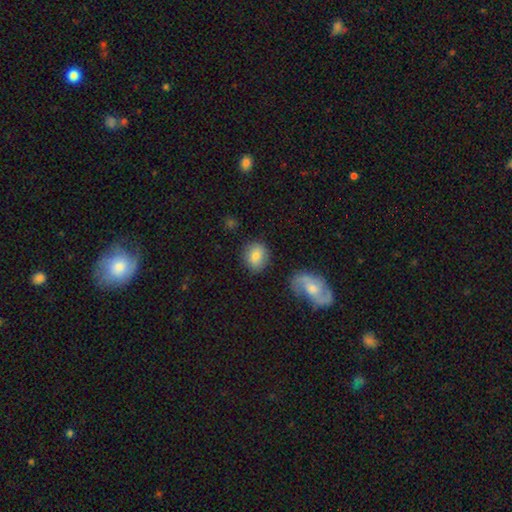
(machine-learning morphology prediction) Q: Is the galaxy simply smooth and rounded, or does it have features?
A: smooth — 78%.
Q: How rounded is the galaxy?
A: round — 61%.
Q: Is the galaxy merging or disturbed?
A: none — 79%.